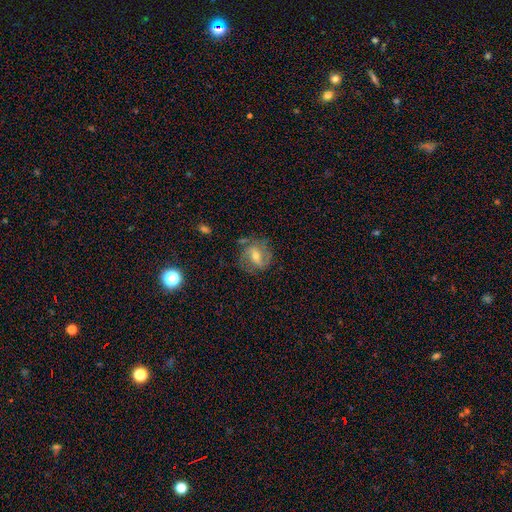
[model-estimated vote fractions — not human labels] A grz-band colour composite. It shows a featured or disk galaxy (68%) with a weak bar (46%), 2 (75%) medium (46%) spiral arms (87%) and a moderate central bulge (57%). Merging: none (69%).